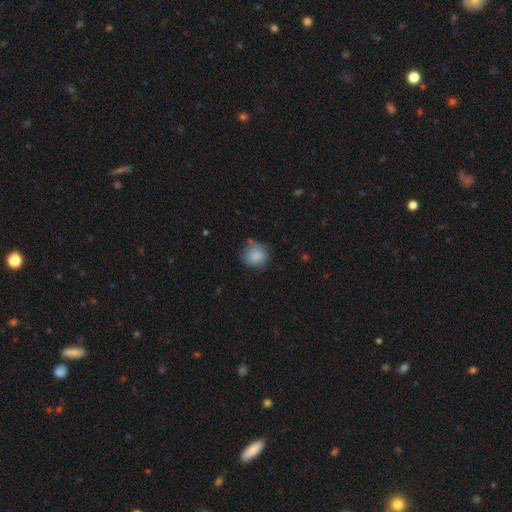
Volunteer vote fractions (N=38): Morphology: type=smooth (79%); roundness=round (87%); merging=none (88%).